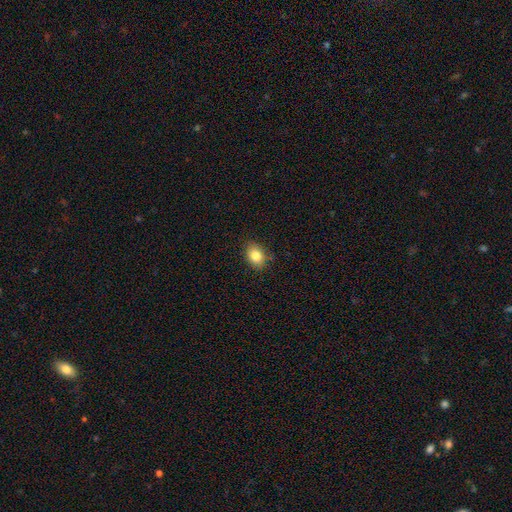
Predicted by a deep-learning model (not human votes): Q: Smooth or featured?
A: smooth (84%); runner-up: star or artifact (9%)
Q: How rounded?
A: in between (69%); runner-up: round (30%)
Q: Merging?
A: none (85%); runner-up: minor disturbance (12%)